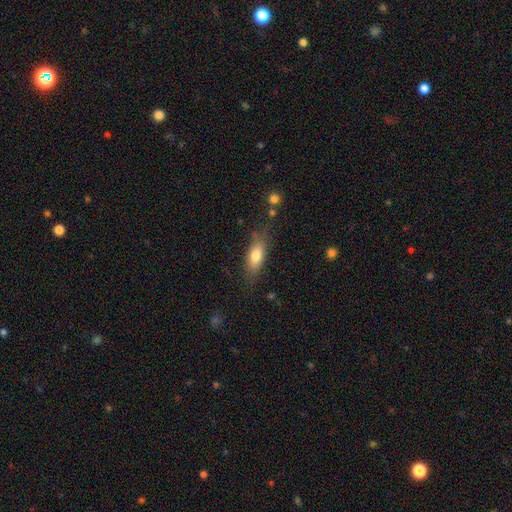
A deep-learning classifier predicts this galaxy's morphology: Q: Smooth or featured?
A: smooth (76%); runner-up: featured or disk (17%)
Q: How rounded?
A: in between (76%); runner-up: cigar-shaped (20%)
Q: Merging?
A: none (73%); runner-up: minor disturbance (19%)